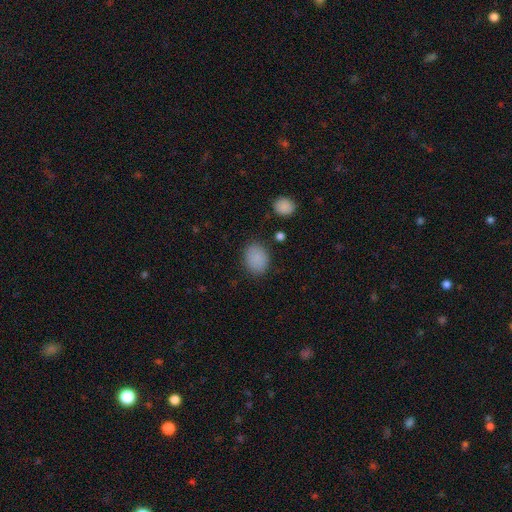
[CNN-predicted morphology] Smooth or featured? Predicted: smooth (p=0.87). How rounded? Predicted: in between (p=0.56). Merging? Predicted: none (p=0.82).